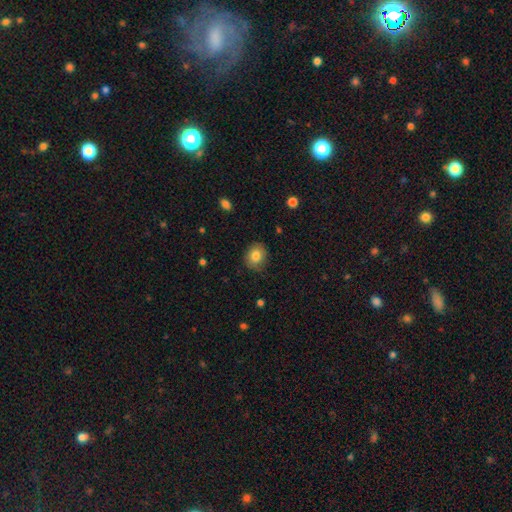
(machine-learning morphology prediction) This appears to be a smooth galaxy with no disk features (81%) that is round (64%). Merging: none (82%).